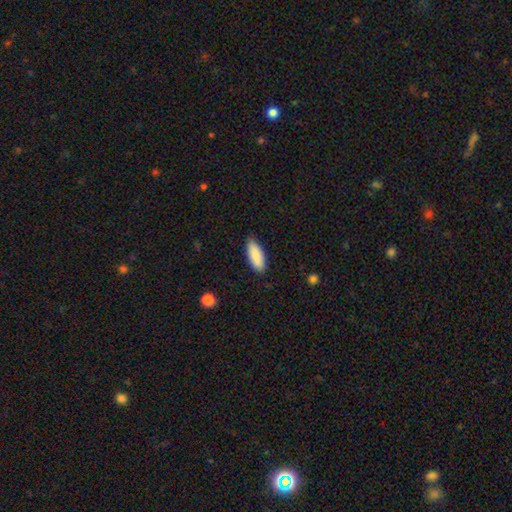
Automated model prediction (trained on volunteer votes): Smooth or featured? Predicted: smooth (p=0.89). How rounded? Predicted: in between (p=0.79). Merging? Predicted: none (p=0.85).